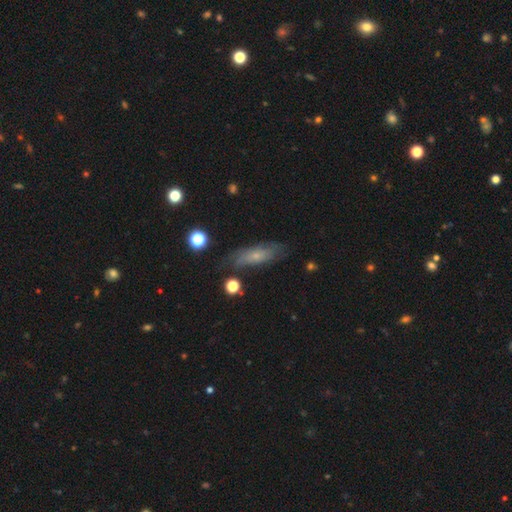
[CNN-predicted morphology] Q: Smooth or featured?
A: smooth (53%); runner-up: featured or disk (37%)
Q: How rounded?
A: in between (53%); runner-up: cigar-shaped (43%)
Q: Merging?
A: none (69%); runner-up: minor disturbance (21%)